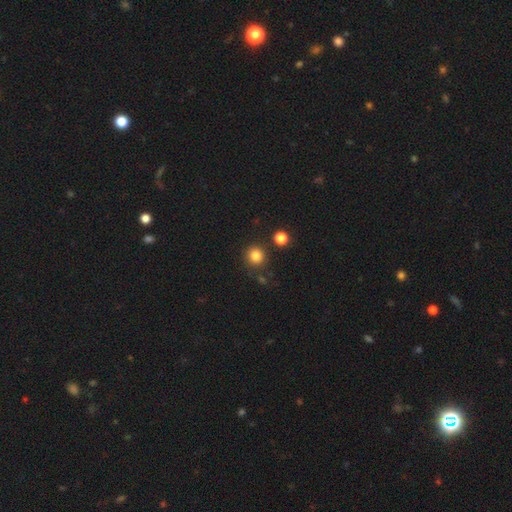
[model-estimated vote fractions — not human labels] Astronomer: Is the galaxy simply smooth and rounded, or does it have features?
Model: smooth — 83%.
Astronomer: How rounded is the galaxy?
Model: round — 92%.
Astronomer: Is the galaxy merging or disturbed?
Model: none — 84%.